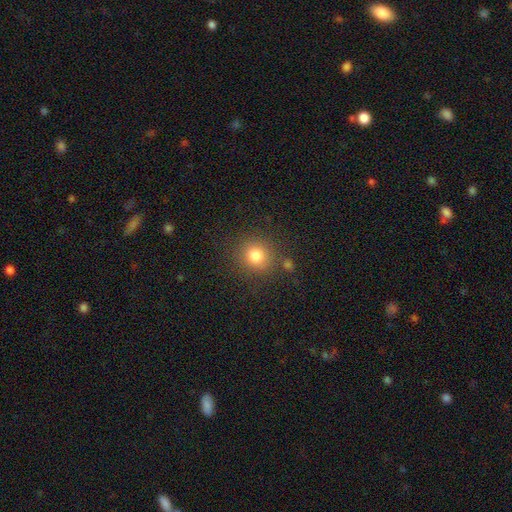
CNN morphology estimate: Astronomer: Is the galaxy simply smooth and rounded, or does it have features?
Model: smooth — 81%.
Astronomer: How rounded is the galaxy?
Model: round — 88%.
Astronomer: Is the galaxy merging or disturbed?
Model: none — 83%.